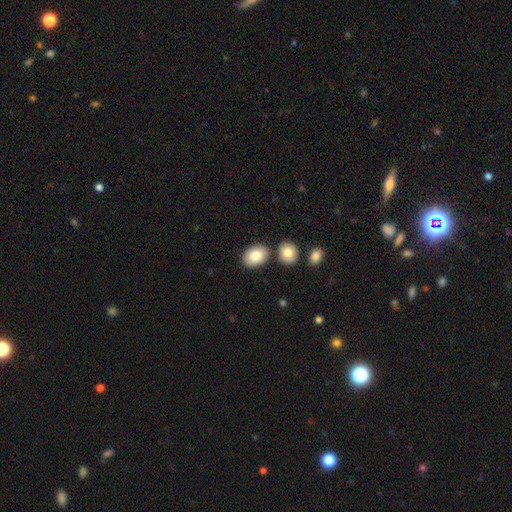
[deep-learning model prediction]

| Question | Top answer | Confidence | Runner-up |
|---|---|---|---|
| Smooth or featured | smooth | 86% | featured or disk (8%) |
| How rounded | in between | 84% | round (15%) |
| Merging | none | 76% | minor disturbance (11%) |